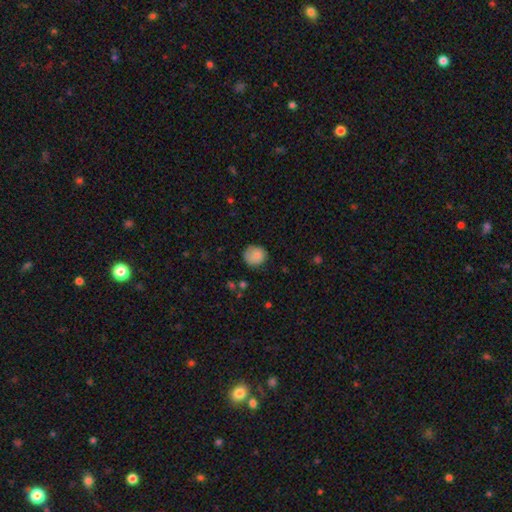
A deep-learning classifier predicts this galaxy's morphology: Smooth or featured: smooth — 85% (star or artifact — 9%)
How rounded: round — 88% (in between — 11%)
Merging: none — 77% (minor disturbance — 18%)